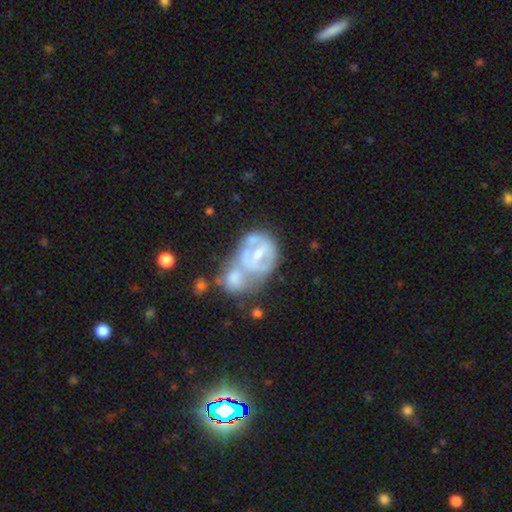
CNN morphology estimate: Q: Smooth or featured?
A: featured or disk (67%); runner-up: smooth (24%)
Q: Edge-on disk?
A: no (97%); runner-up: yes (3%)
Q: Bar?
A: no (49%); runner-up: weak (36%)
Q: Spiral arms?
A: no (53%); runner-up: yes (47%)
Q: Bulge size?
A: moderate (45%); runner-up: small (40%)
Q: Merging?
A: merger (54%); runner-up: none (18%)